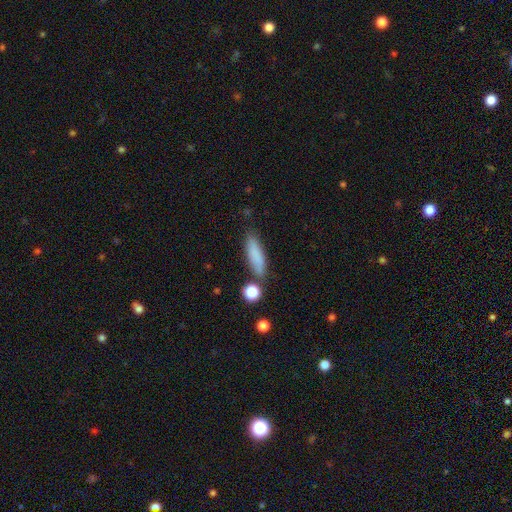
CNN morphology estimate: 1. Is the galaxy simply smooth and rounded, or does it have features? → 83% smooth, 9% featured or disk, 8% star or artifact.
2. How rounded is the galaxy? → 58% cigar-shaped, 40% in between, 3% round.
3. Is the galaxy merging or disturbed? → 74% none, 16% minor disturbance, 7% merger, 4% major disturbance.